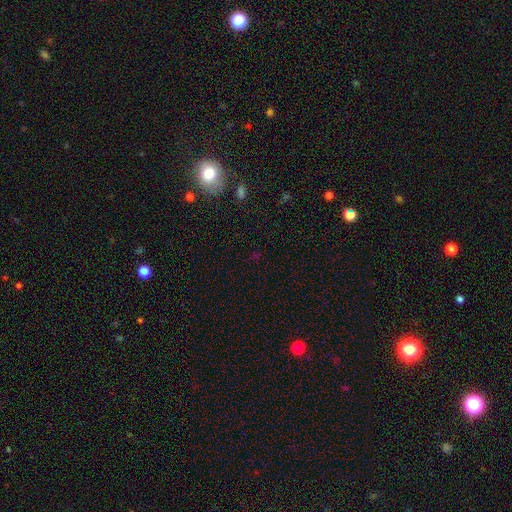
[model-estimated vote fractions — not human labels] Smooth or featured? star or artifact (62%)